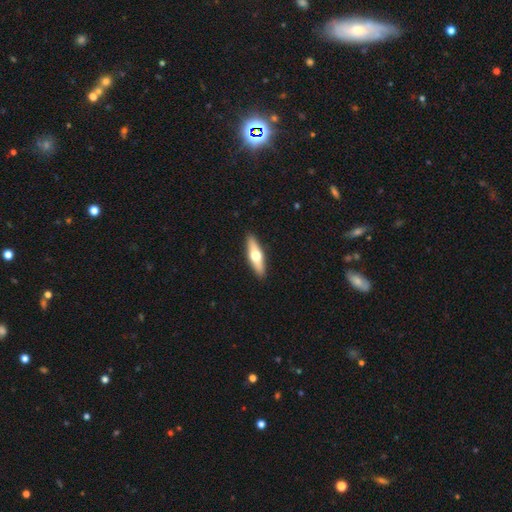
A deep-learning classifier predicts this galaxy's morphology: This appears to be a smooth galaxy with no disk features (48%). Merging: none (91%).